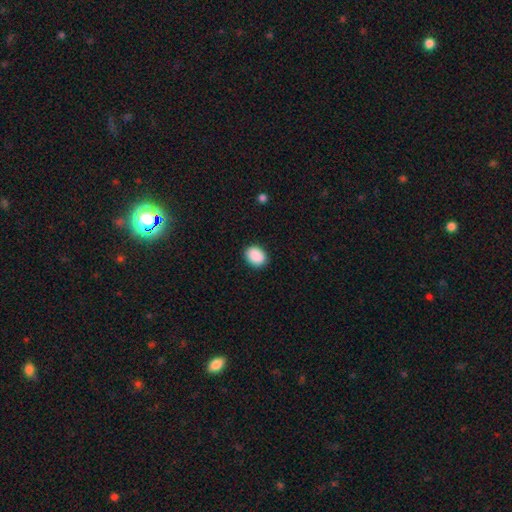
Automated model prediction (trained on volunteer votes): Smooth or featured? smooth (91%)
How rounded? in between (65%)
Merging? none (90%)